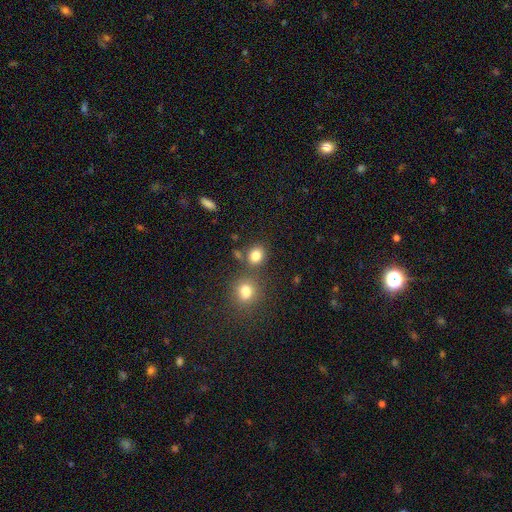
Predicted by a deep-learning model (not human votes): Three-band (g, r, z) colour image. It shows a smooth galaxy with no disk features (82%) that is round (65%). Merging: none (69%).